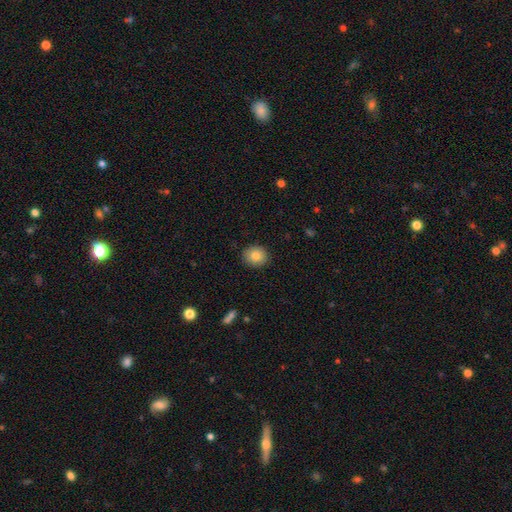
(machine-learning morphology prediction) Smooth or featured? Predicted: smooth (p=0.83). How rounded? Predicted: round (p=0.71). Merging? Predicted: none (p=0.90).